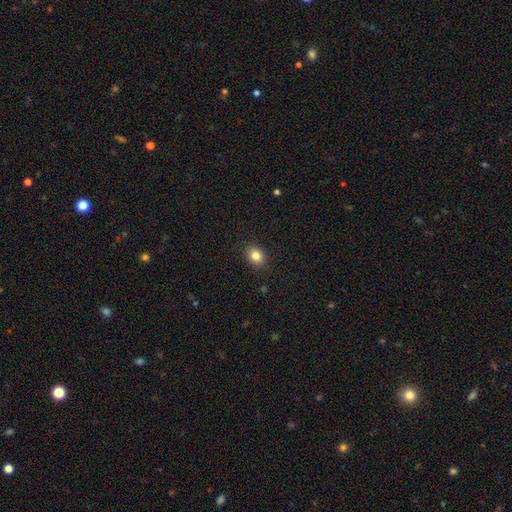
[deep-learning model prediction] smooth_or_featured: smooth (p=0.84) [alt: star or artifact p=0.10]
how_rounded: round (p=0.51) [alt: in between p=0.48]
merging: none (p=0.89) [alt: minor disturbance p=0.08]